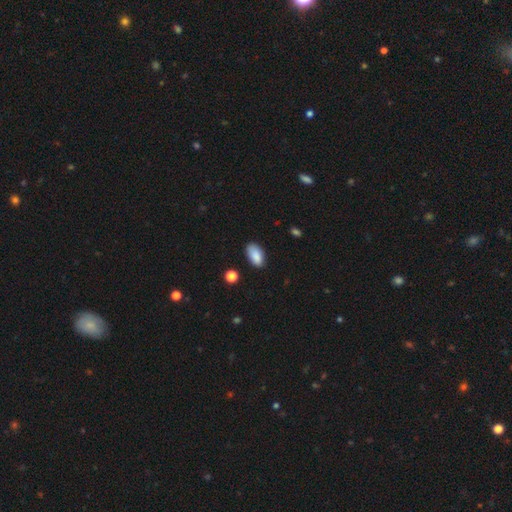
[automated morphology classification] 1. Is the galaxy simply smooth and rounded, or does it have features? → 88% smooth, 7% star or artifact, 4% featured or disk.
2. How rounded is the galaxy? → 94% in between, 3% round, 3% cigar-shaped.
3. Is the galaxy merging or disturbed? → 79% none, 16% minor disturbance, 3% major disturbance, 2% merger.